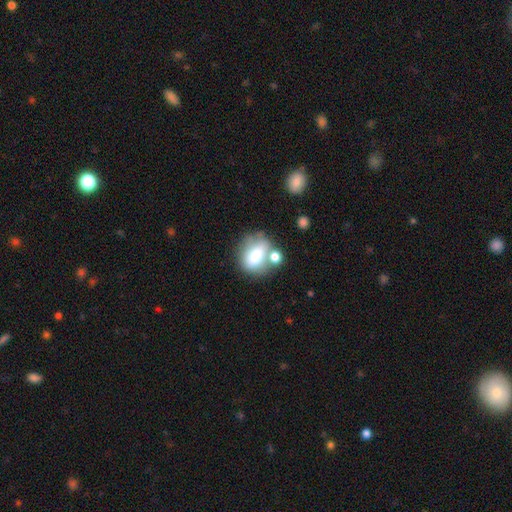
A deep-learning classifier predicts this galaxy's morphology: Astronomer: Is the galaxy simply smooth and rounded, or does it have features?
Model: smooth — 71%.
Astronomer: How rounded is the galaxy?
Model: in between — 64%.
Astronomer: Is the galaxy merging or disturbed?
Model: none — 43% (runner-up: merger, 32%).